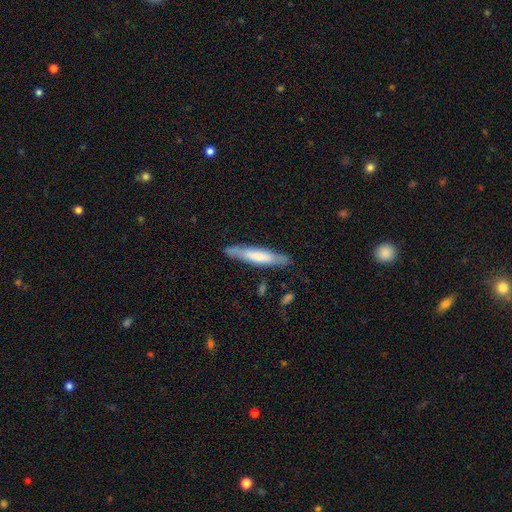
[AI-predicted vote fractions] Smooth or featured?
  - smooth: 48% *
  - featured or disk: 45%
  - star or artifact: 7%
Merging?
  - none: 82% *
  - minor disturbance: 14%
  - major disturbance: 3%
  - merger: 1%